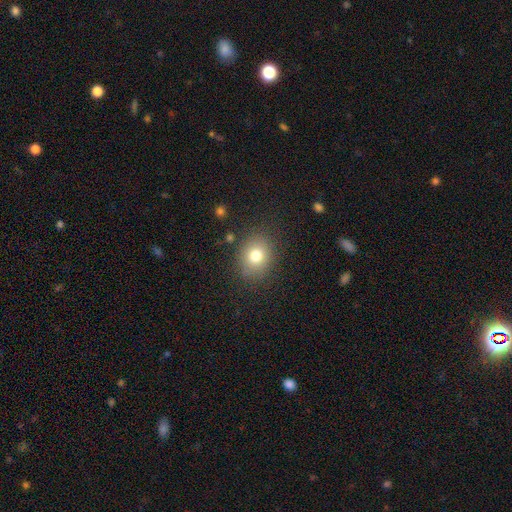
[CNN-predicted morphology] smooth_or_featured: smooth (p=0.77) [alt: star or artifact p=0.12]
how_rounded: round (p=0.61) [alt: in between p=0.38]
merging: none (p=0.84) [alt: minor disturbance p=0.10]